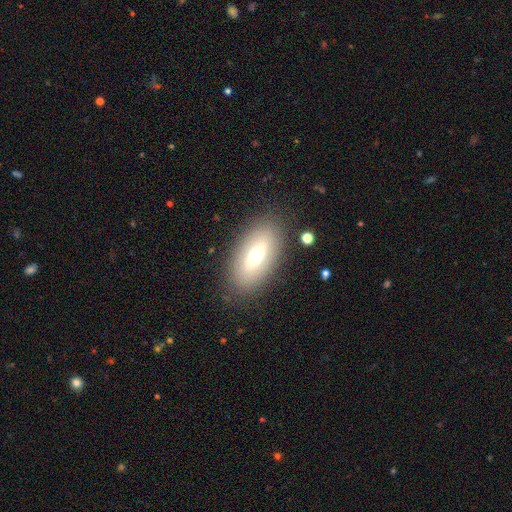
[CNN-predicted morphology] This appears to be a smooth galaxy with no disk features (54%) that is in between round and cigar-shaped (86%). Merging: none (85%).